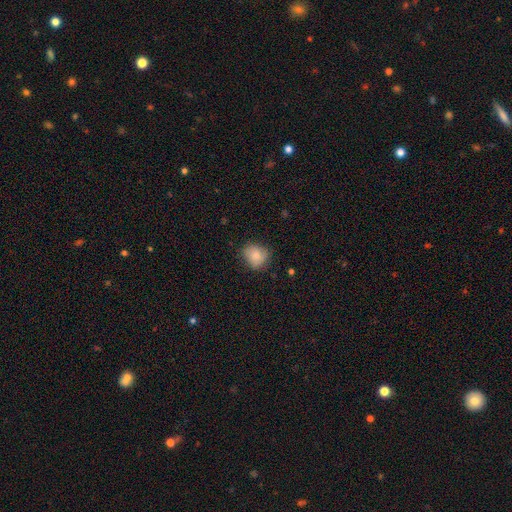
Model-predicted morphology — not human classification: A smooth galaxy with no disk features (84%) that is round (72%). Merging: none (73%).